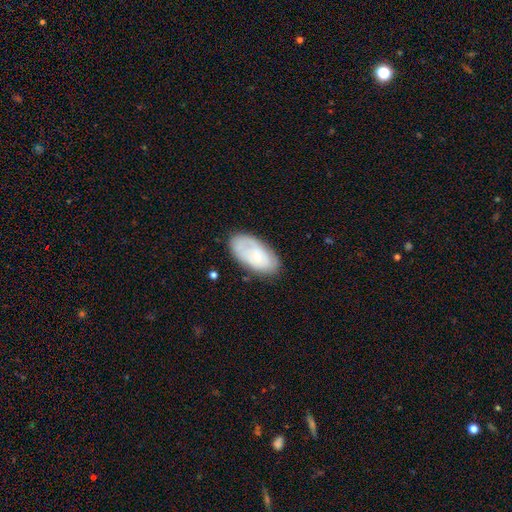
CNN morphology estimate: This is possibly a smooth galaxy (52%). How rounded: clearly in between (93%). Merging: likely none (69%).